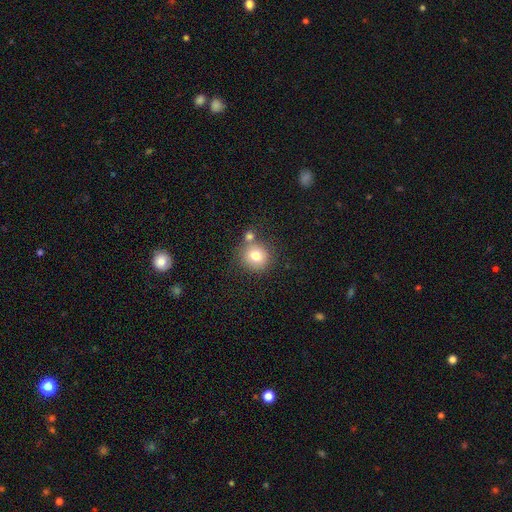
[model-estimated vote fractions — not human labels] smooth 77%, featured or disk 12%, star or artifact 11%. Down the decision tree: how rounded — round (90%); merging — none (66%).